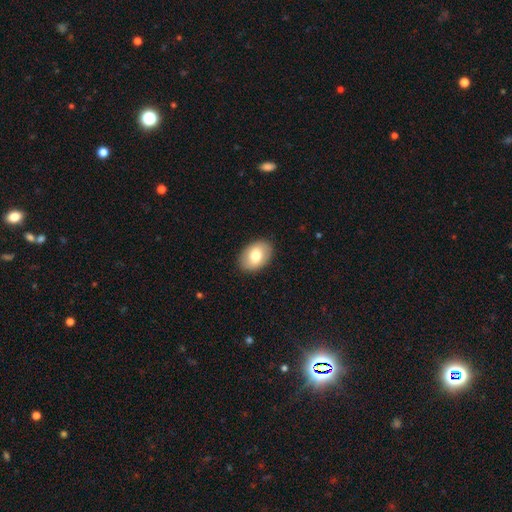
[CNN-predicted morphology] Smooth or featured? Predicted: smooth (p=0.75). How rounded? Predicted: in between (p=0.83). Merging? Predicted: none (p=0.89).